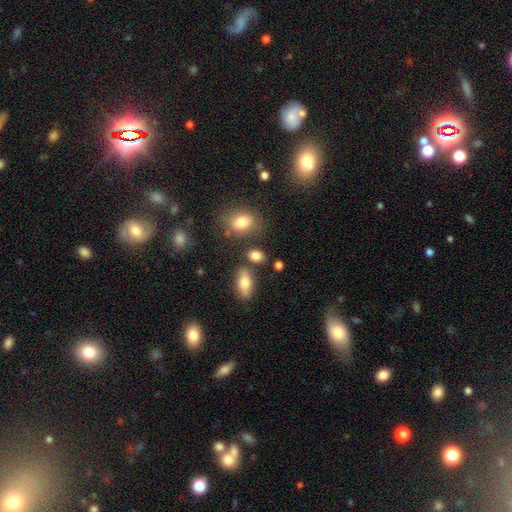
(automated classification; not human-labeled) The model was most divided on "how rounded": in between: 69%, round: 26%, cigar-shaped: 5%. More confident: smooth or featured — smooth (81%); merging — none (72%).